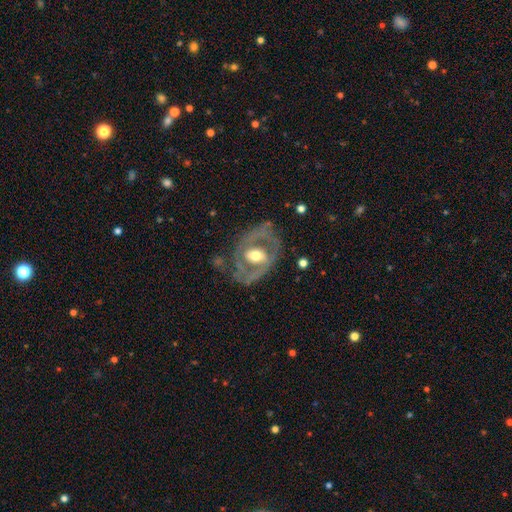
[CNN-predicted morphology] Q: Smooth or featured?
A: featured or disk (77%); runner-up: smooth (18%)
Q: Edge-on disk?
A: no (95%); runner-up: yes (5%)
Q: Bar?
A: no (40%); runner-up: weak (36%)
Q: Spiral arms?
A: yes (58%); runner-up: no (42%)
Q: Bulge size?
A: moderate (68%); runner-up: large (17%)
Q: Merging?
A: none (59%); runner-up: minor disturbance (20%)